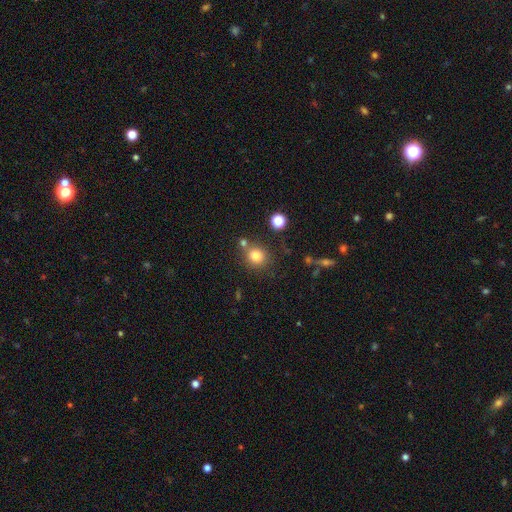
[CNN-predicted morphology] Smooth or featured?
  - smooth: 80% *
  - star or artifact: 13%
  - featured or disk: 7%
How rounded?
  - round: 83% *
  - in between: 16%
  - cigar-shaped: 1%
Merging?
  - none: 70% *
  - merger: 15%
  - minor disturbance: 11%
  - major disturbance: 4%